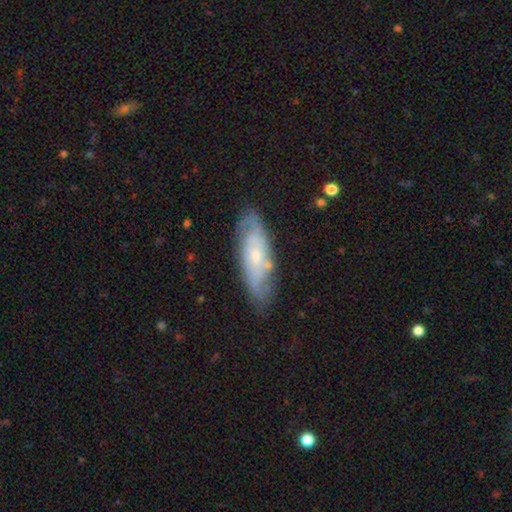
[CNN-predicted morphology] featured or disk 66%, smooth 27%, star or artifact 7%. Down the decision tree: edge-on disk — no (80%); bar — no (71%); spiral arms — yes (83%); bulge size — small (63%); merging — none (76%).